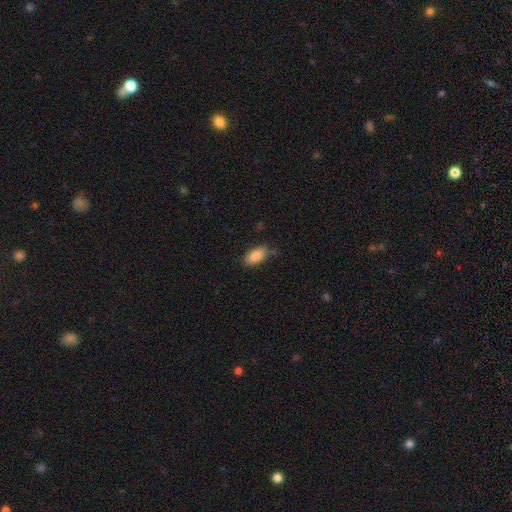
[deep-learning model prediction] A smooth galaxy with no disk features (85%) that is in between round and cigar-shaped (91%).

Vote fractions:
- Smooth or featured? smooth: 85% / featured or disk: 8% / star or artifact: 7%
- How rounded? in between: 91% / cigar-shaped: 5% / round: 4%
- Merging? none: 74% / minor disturbance: 20% / major disturbance: 4% / merger: 2%